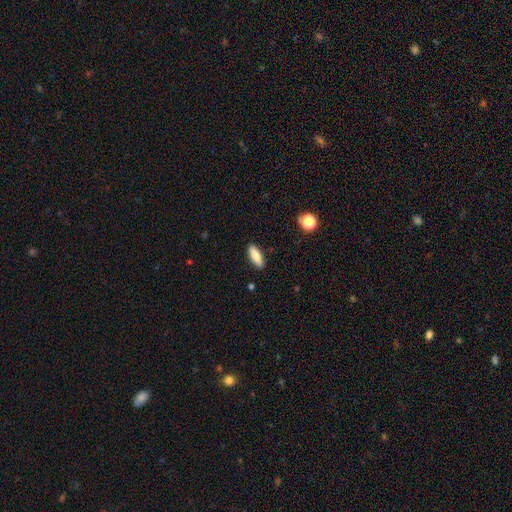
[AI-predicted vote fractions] This appears to be a smooth galaxy with no disk features (82%) that is in between round and cigar-shaped (64%). Merging: none (89%).